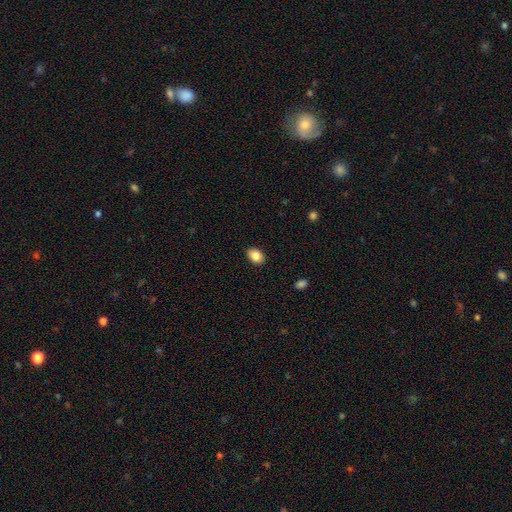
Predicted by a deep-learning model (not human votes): Smooth or featured: smooth — 86% (star or artifact — 8%)
How rounded: in between — 76% (round — 23%)
Merging: none — 88% (minor disturbance — 9%)